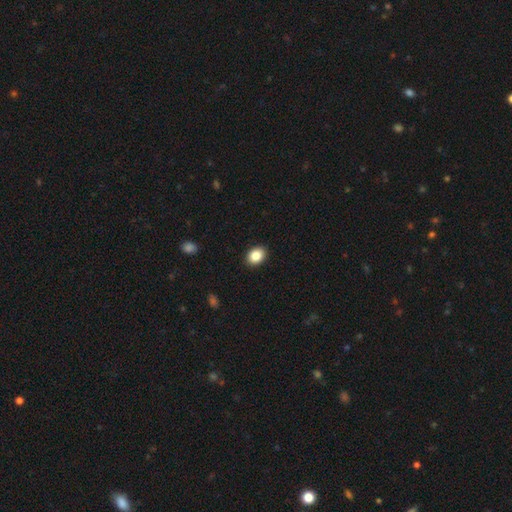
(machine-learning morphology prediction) Smooth or featured?
  - smooth: 86% *
  - star or artifact: 8%
  - featured or disk: 6%
How rounded?
  - in between: 68% *
  - round: 31%
  - cigar-shaped: 1%
Merging?
  - none: 91% *
  - minor disturbance: 7%
  - major disturbance: 2%
  - merger: 1%